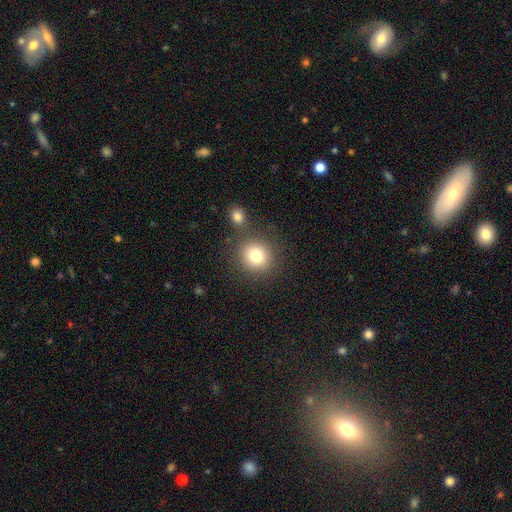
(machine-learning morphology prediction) This is likely a smooth galaxy (79%). How rounded: clearly round (88%). Merging: likely none (78%).